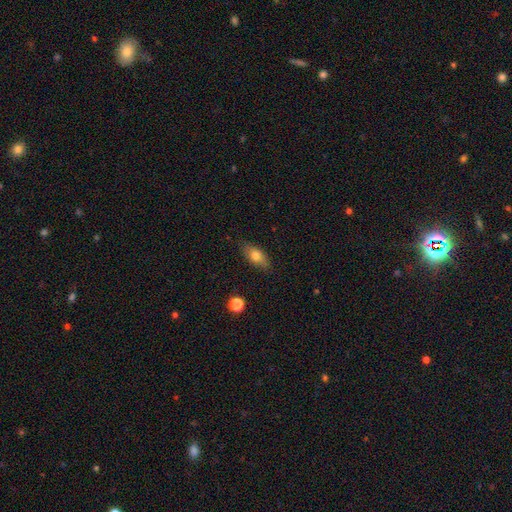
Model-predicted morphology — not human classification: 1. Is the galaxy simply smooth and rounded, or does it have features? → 74% smooth, 18% featured or disk, 8% star or artifact.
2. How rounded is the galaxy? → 83% in between, 10% cigar-shaped, 7% round.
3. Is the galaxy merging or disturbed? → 80% none, 15% minor disturbance, 3% major disturbance, 1% merger.